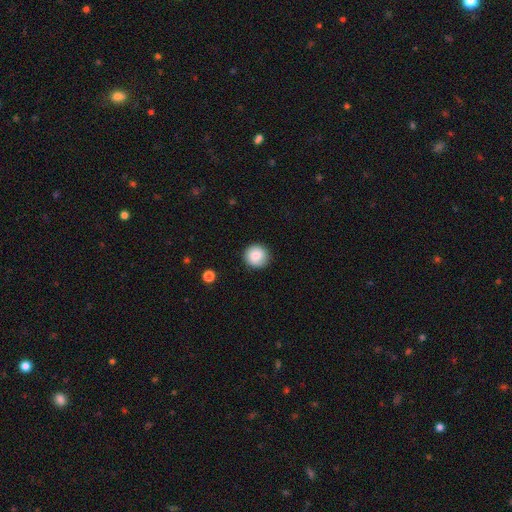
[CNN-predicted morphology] smooth 84%, star or artifact 8%, featured or disk 8%. Down the decision tree: how rounded — round (94%); merging — none (88%).